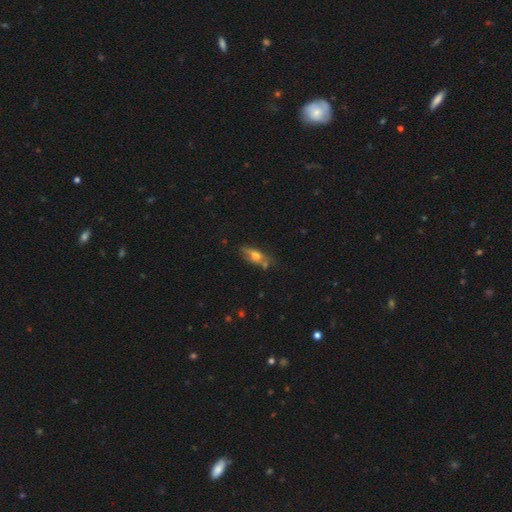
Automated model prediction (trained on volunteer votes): smooth-or-featured: featured or disk: 46% | smooth: 45% | star or artifact: 9%
  merging: none: 57% | minor disturbance: 25% | merger: 10% | major disturbance: 9%